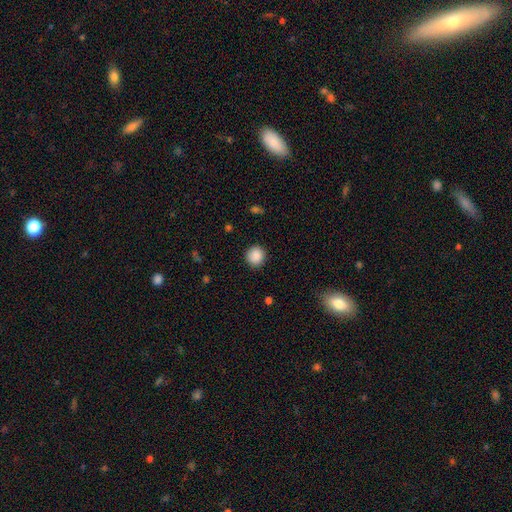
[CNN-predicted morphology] Smooth or featured? smooth (89%)
How rounded? round (90%)
Merging? none (90%)